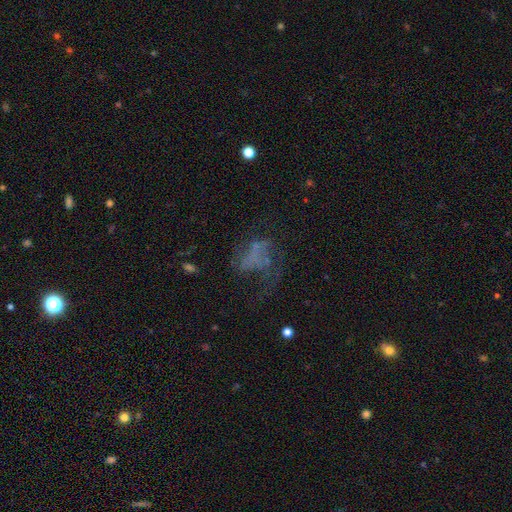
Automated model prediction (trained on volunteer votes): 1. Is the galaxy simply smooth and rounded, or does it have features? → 46% featured or disk, 32% smooth, 23% star or artifact.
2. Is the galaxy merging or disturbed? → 46% major disturbance, 32% none, 16% minor disturbance, 5% merger.